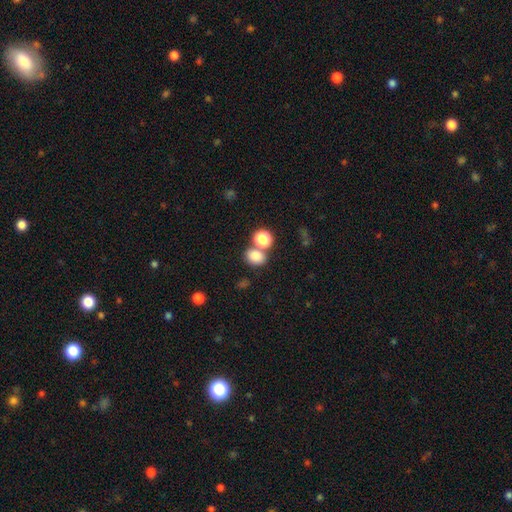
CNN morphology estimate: Smooth or featured: smooth — 81% (star or artifact — 12%)
How rounded: round — 52% (in between — 47%)
Merging: none — 54% (merger — 32%)